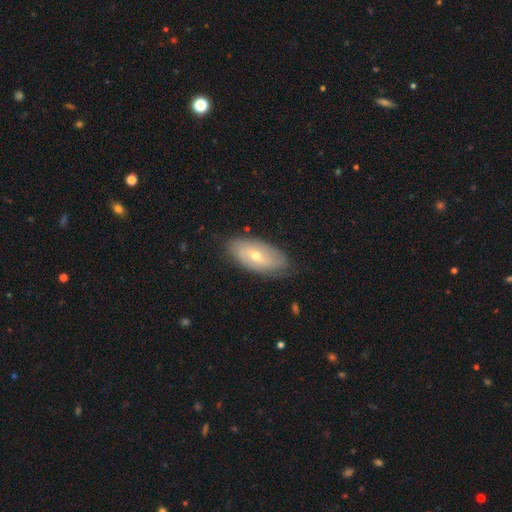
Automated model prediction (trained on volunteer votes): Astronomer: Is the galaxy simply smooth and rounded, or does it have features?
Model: featured or disk — 47% (runner-up: smooth, 46%).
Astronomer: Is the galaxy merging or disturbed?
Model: none — 79%.